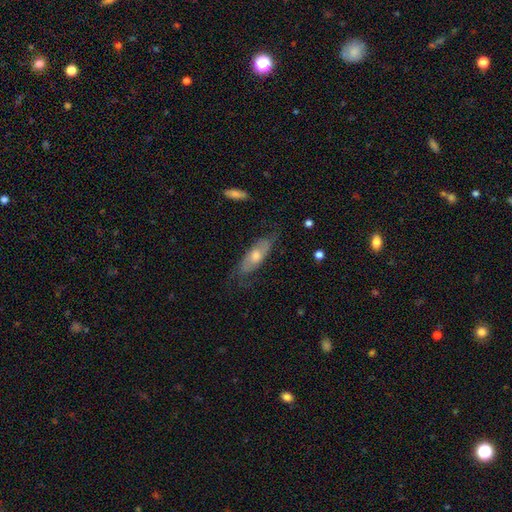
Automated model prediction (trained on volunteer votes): The model was most divided on "smooth or featured": featured or disk: 56%, smooth: 37%, star or artifact: 7%. More confident: edge-on disk — no (70%); merging — none (67%).